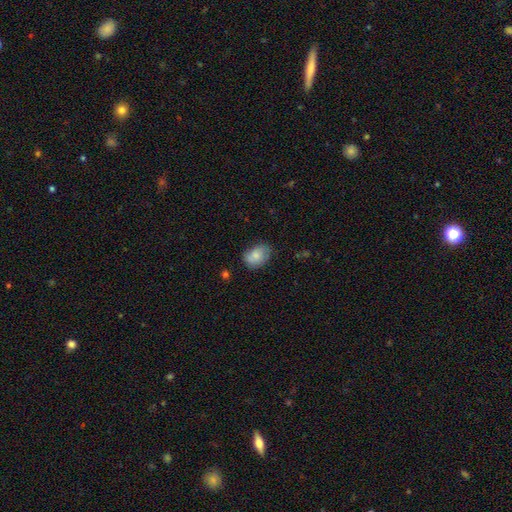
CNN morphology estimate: smooth-or-featured: smooth: 73% | featured or disk: 20% | star or artifact: 8%
  how-rounded: in between: 75% | round: 24% | cigar-shaped: 1%
  merging: none: 63% | minor disturbance: 26% | major disturbance: 7% | merger: 4%